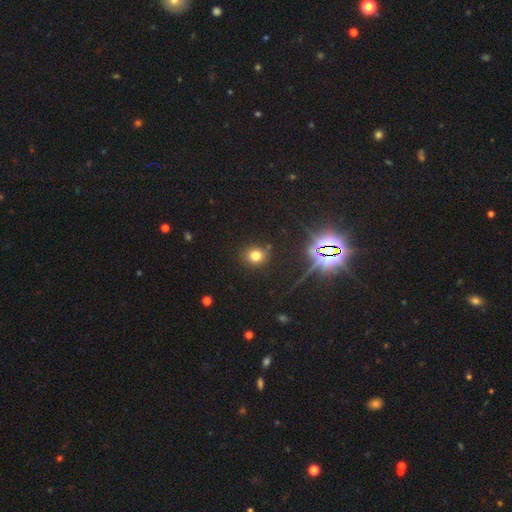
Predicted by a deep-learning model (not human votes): Overall: smooth (72%). How rounded: round (77%). Merging: none (84%).